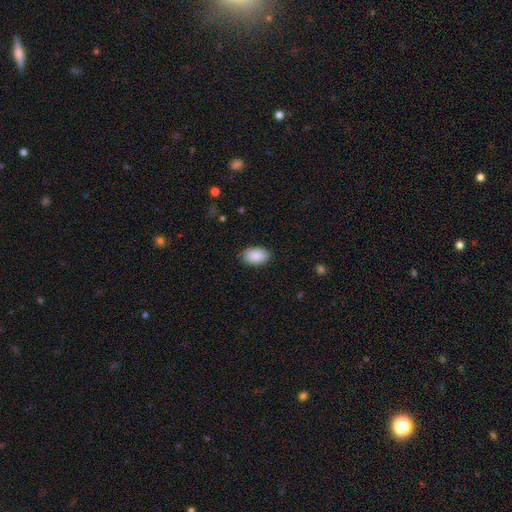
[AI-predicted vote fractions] This appears to be a smooth galaxy with no disk features (90%) that is in between round and cigar-shaped (92%). Merging: none (86%).